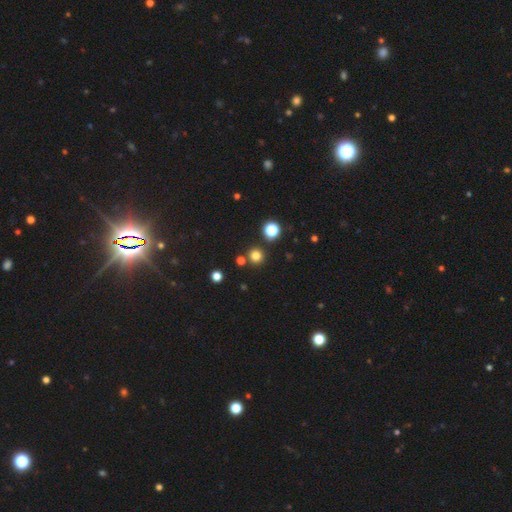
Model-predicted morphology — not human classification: Smooth or featured? Predicted: smooth (p=0.77). How rounded? Predicted: round (p=0.94). Merging? Predicted: none (p=0.84).